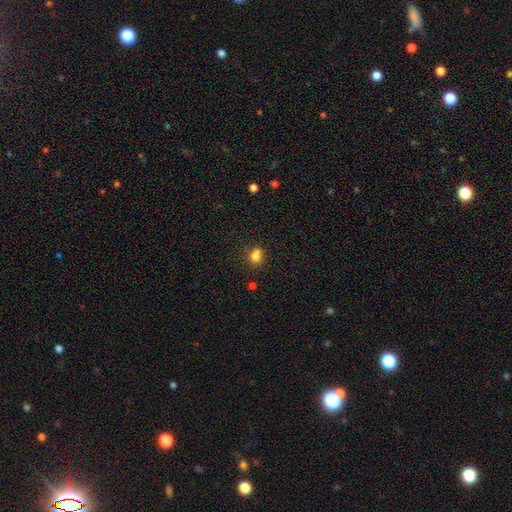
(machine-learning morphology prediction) This appears to be a smooth galaxy with no disk features (77%) that is round (50%). Merging: none (56%).